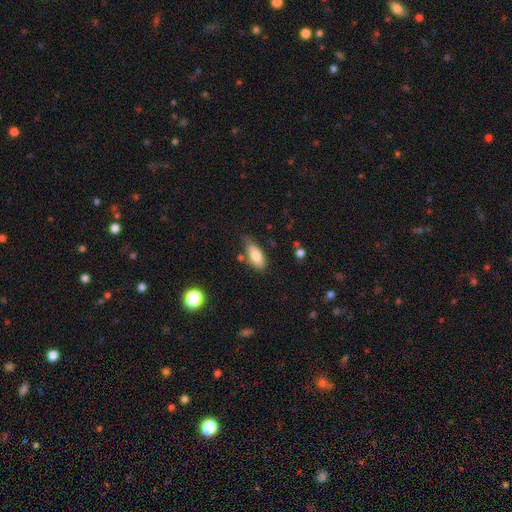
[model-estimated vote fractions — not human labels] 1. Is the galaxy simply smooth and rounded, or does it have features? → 80% smooth, 13% featured or disk, 7% star or artifact.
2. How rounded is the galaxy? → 84% in between, 13% cigar-shaped, 3% round.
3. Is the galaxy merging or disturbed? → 62% none, 27% minor disturbance, 6% major disturbance, 6% merger.